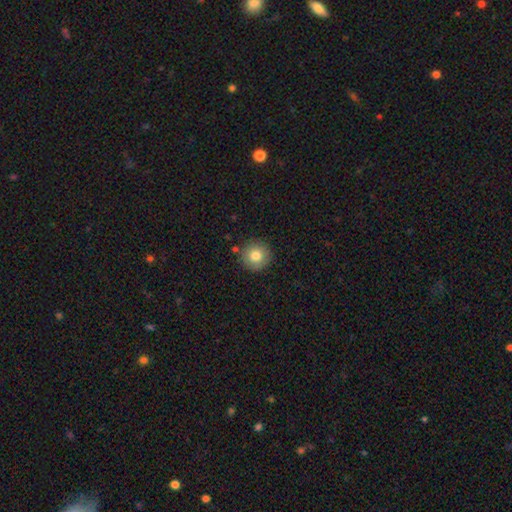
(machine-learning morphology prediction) Overall: smooth (80%). How rounded: round (95%). Merging: none (87%).